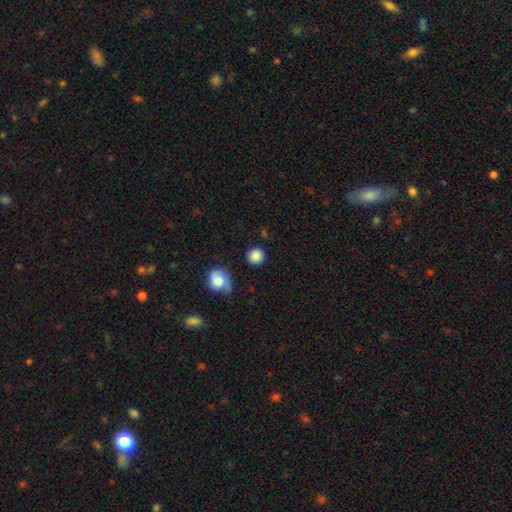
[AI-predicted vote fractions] The model was most divided on "merging": none: 84%, minor disturbance: 10%, major disturbance: 4%, merger: 3%. More confident: how rounded — round (91%); smooth or featured — smooth (85%).